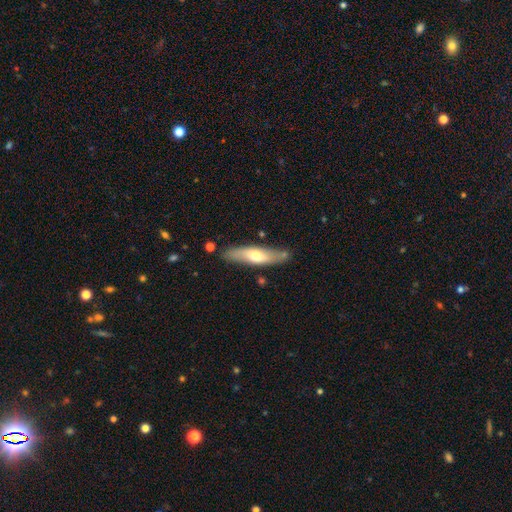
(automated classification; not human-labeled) Q: Smooth or featured?
A: smooth (56%); runner-up: featured or disk (39%)
Q: How rounded?
A: cigar-shaped (70%); runner-up: in between (29%)
Q: Merging?
A: none (79%); runner-up: minor disturbance (14%)